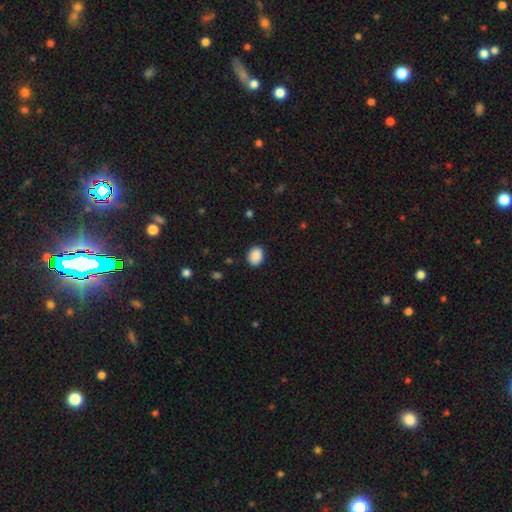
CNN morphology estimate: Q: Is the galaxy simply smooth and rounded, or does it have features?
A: smooth — 89%.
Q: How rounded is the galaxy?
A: in between — 58%.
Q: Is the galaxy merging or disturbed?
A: none — 88%.